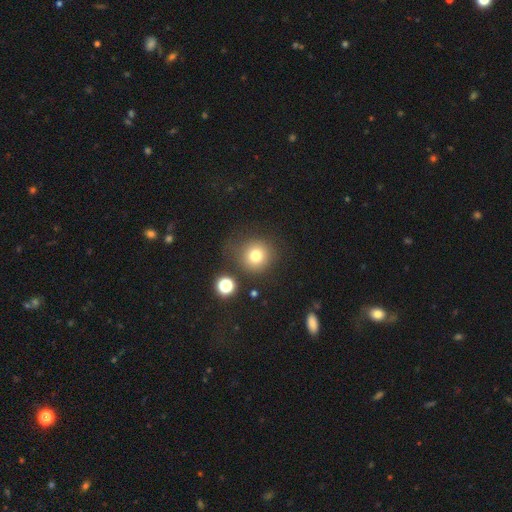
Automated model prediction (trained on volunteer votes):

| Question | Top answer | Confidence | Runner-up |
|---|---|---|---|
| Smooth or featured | smooth | 77% | star or artifact (14%) |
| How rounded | round | 92% | in between (7%) |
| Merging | none | 75% | minor disturbance (14%) |